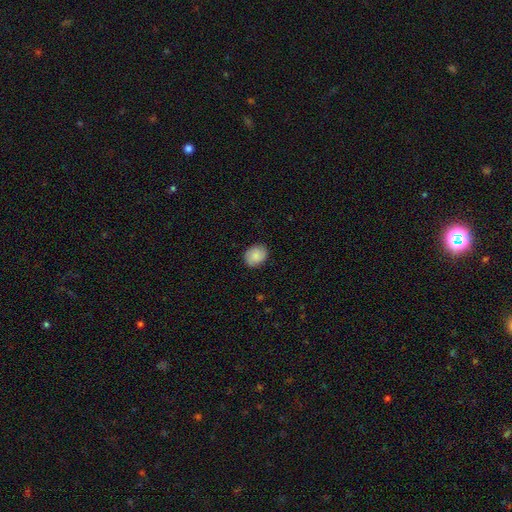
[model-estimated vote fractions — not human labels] Smooth or featured? smooth (80%)
How rounded? round (52%)
Merging? none (85%)